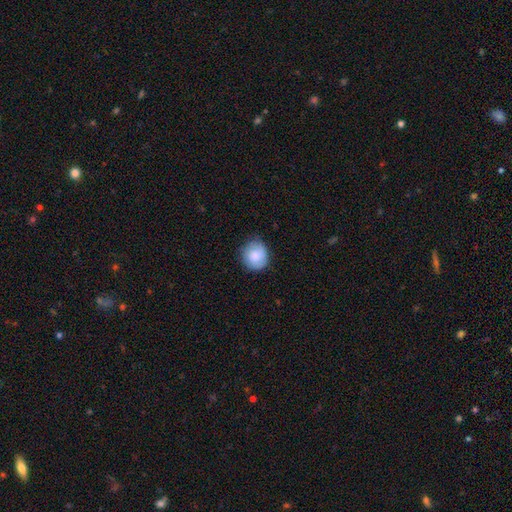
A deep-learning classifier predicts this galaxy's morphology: Smooth or featured?
  - smooth: 80% *
  - featured or disk: 13%
  - star or artifact: 7%
How rounded?
  - round: 85% *
  - in between: 14%
  - cigar-shaped: 1%
Merging?
  - none: 76% *
  - minor disturbance: 19%
  - major disturbance: 4%
  - merger: 1%